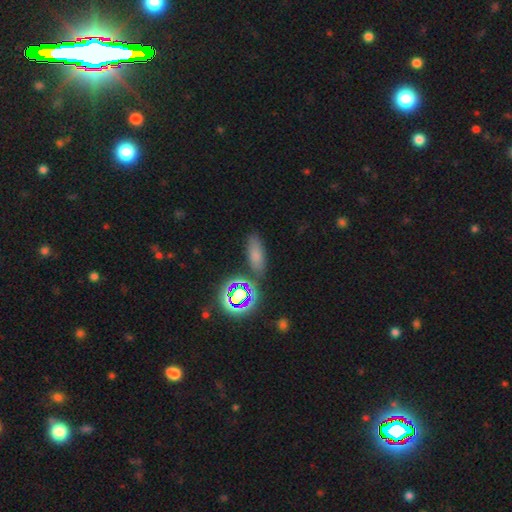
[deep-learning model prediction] Morphology: type=smooth (64%); roundness=in between (69%); merging=none (75%).